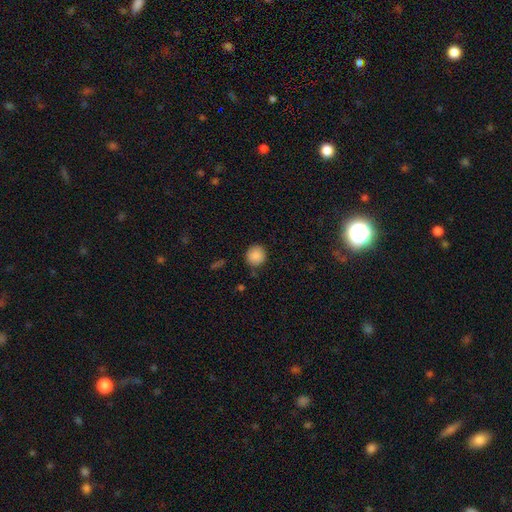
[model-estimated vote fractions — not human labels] Q: Smooth or featured?
A: smooth (88%); runner-up: star or artifact (9%)
Q: How rounded?
A: round (91%); runner-up: in between (8%)
Q: Merging?
A: none (86%); runner-up: minor disturbance (9%)